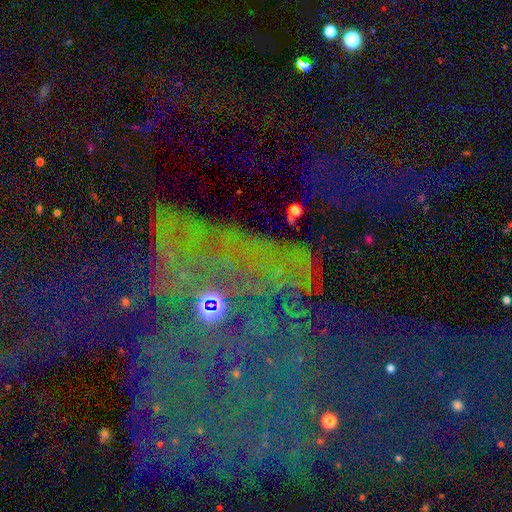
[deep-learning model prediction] This appears to be a star or artifact, not a galaxy (72%).